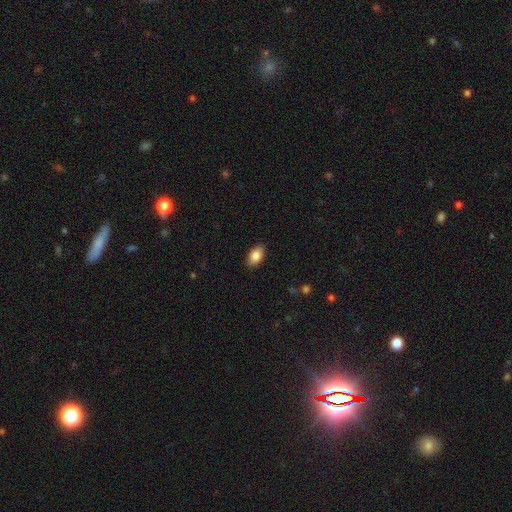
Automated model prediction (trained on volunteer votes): This appears to be a smooth galaxy with no disk features (85%) that is in between round and cigar-shaped (91%). Merging: none (88%).